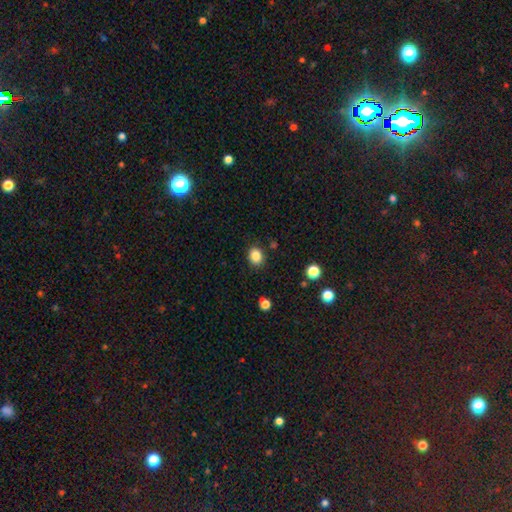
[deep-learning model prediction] A smooth galaxy with no disk features (85%) that is round (58%). Merging: none (87%).